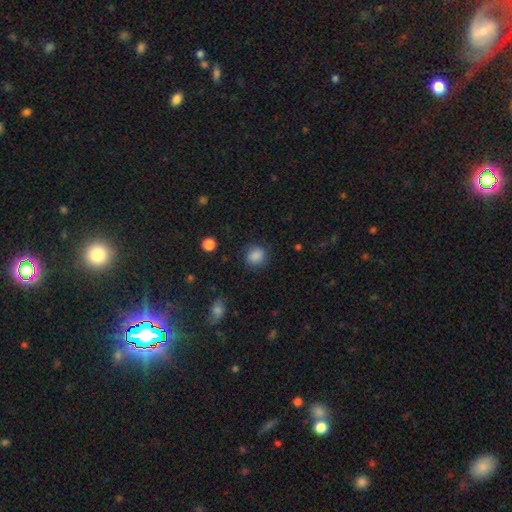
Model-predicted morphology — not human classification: Smooth or featured: smooth — 86% (star or artifact — 10%)
How rounded: round — 79% (in between — 20%)
Merging: none — 81% (minor disturbance — 13%)